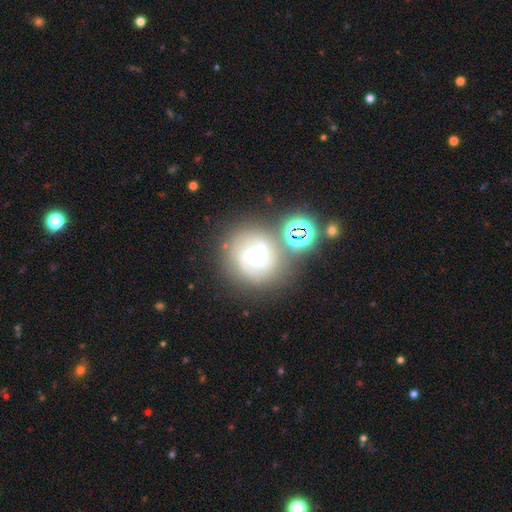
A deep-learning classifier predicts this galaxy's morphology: Smooth or featured?
  - featured or disk: 70% *
  - smooth: 18%
  - star or artifact: 11%
Edge-on disk?
  - no: 97% *
  - yes: 3%
Bar?
  - weak: 44% *
  - no: 42%
  - strong: 14%
Spiral arms?
  - yes: 91% *
  - no: 9%
Spiral winding?
  - medium: 47% *
  - tight: 36%
  - loose: 17%
Spiral arm count?
  - 2: 68% *
  - can't tell: 13%
  - 3: 11%
  - 1: 4%
  - 4: 2%
  - more than 4: 2%
Bulge size?
  - moderate: 65% *
  - small: 21%
  - large: 10%
  - dominant: 2%
  - none: 2%
Merging?
  - none: 65% *
  - minor disturbance: 15%
  - merger: 13%
  - major disturbance: 7%